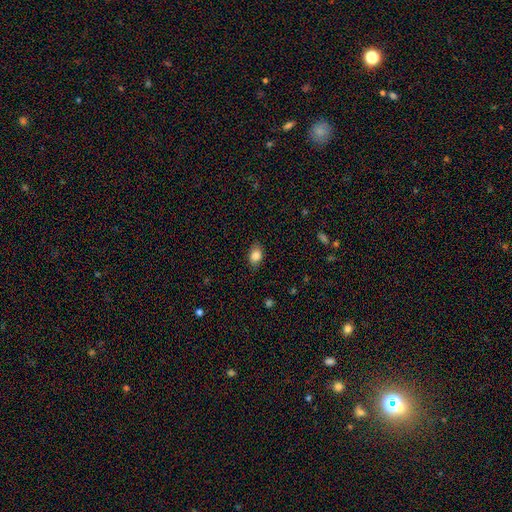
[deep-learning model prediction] Overall: smooth (85%). How rounded: in between (74%). Merging: none (83%).